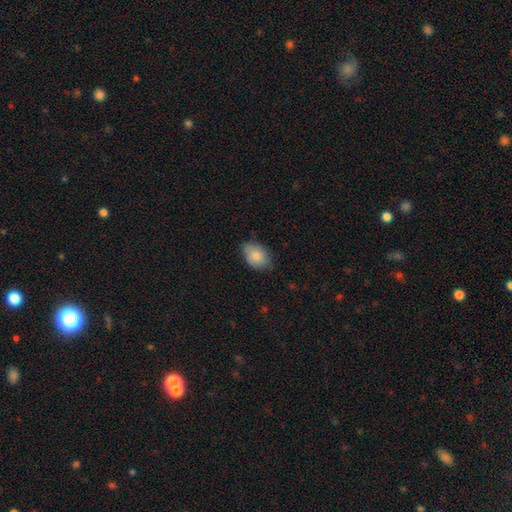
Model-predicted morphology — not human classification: A smooth galaxy with no disk features (82%) that is in between round and cigar-shaped (83%). Merging: none (70%).